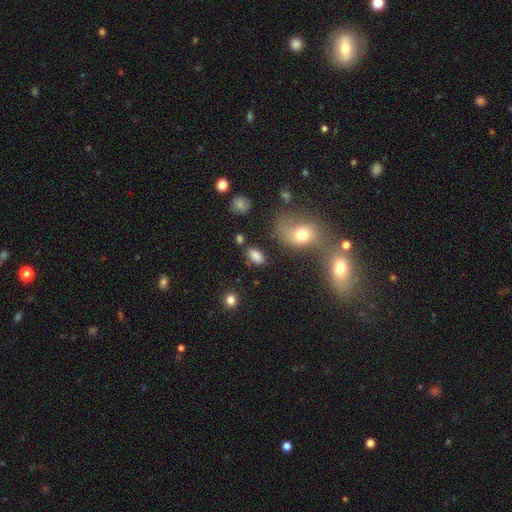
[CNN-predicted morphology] Smooth or featured: smooth — 81% (star or artifact — 11%)
How rounded: in between — 91% (round — 7%)
Merging: none — 74% (minor disturbance — 14%)